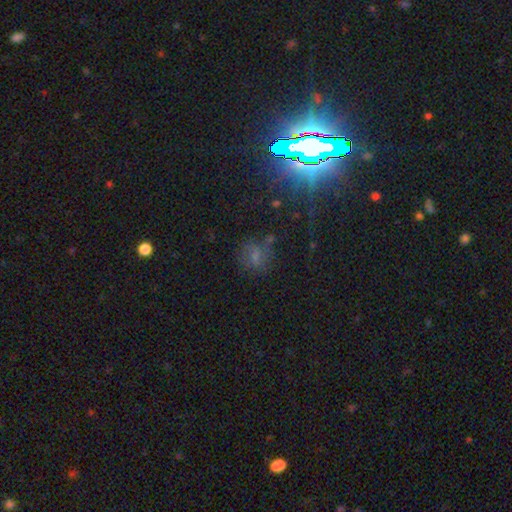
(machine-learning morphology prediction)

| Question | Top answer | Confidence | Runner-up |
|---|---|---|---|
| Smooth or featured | smooth | 52% | star or artifact (28%) |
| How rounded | round | 66% | in between (32%) |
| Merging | none | 63% | minor disturbance (18%) |